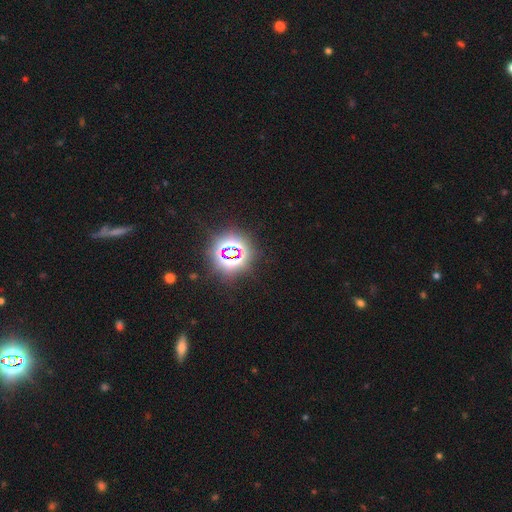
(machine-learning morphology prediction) The model was most divided on "smooth or featured": star or artifact: 80%, smooth: 15%, featured or disk: 6%.